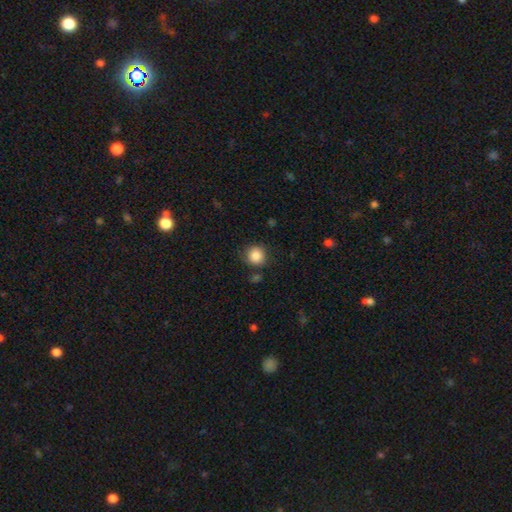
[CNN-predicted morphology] This is clearly a smooth galaxy (86%). How rounded: clearly round (90%). Merging: clearly none (82%).